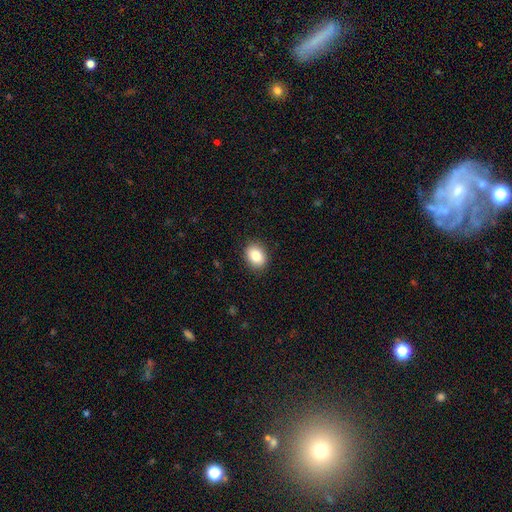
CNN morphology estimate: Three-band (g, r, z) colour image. It shows a smooth galaxy with no disk features (85%) that is in between round and cigar-shaped (63%). Merging: none (88%).